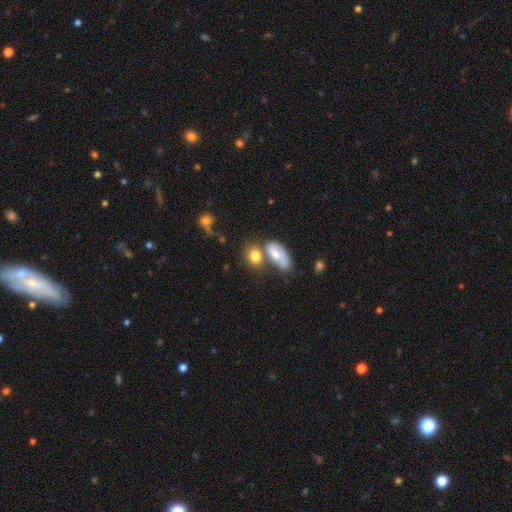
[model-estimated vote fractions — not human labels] A smooth galaxy with no disk features (75%) that is in between round and cigar-shaped (60%).

Vote fractions:
- Smooth or featured? smooth: 75% / featured or disk: 16% / star or artifact: 9%
- How rounded? in between: 60% / round: 36% / cigar-shaped: 4%
- Merging? none: 43% / merger: 38% / minor disturbance: 13% / major disturbance: 6%